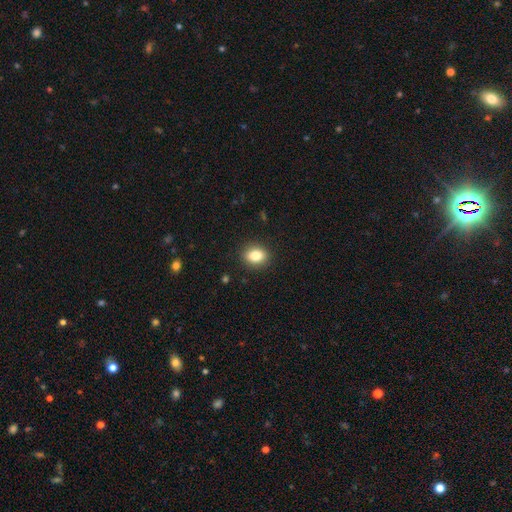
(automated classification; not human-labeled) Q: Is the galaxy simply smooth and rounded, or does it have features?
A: smooth — 84%.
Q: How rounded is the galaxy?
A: in between — 57%.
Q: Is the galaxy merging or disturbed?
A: none — 90%.